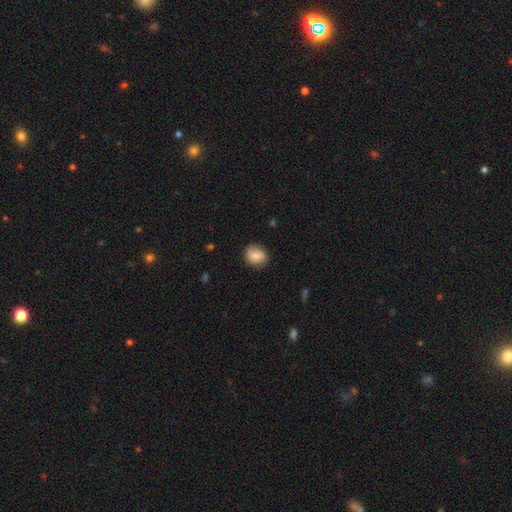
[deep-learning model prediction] A smooth galaxy with no disk features (79%) that is round (65%). Merging: none (82%).